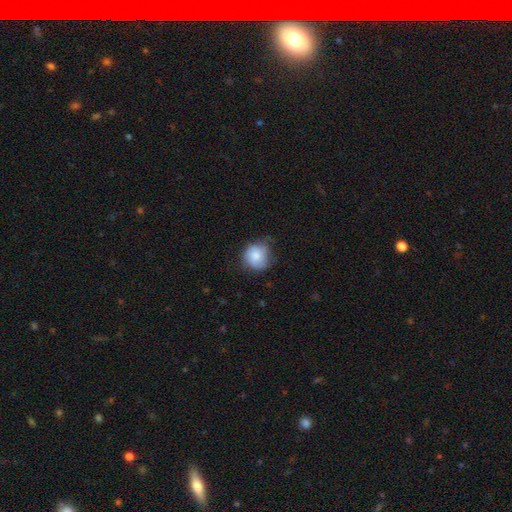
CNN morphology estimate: smooth_or_featured: smooth (p=0.73) [alt: featured or disk p=0.20]
how_rounded: round (p=0.81) [alt: in between p=0.18]
merging: none (p=0.52) [alt: minor disturbance p=0.35]